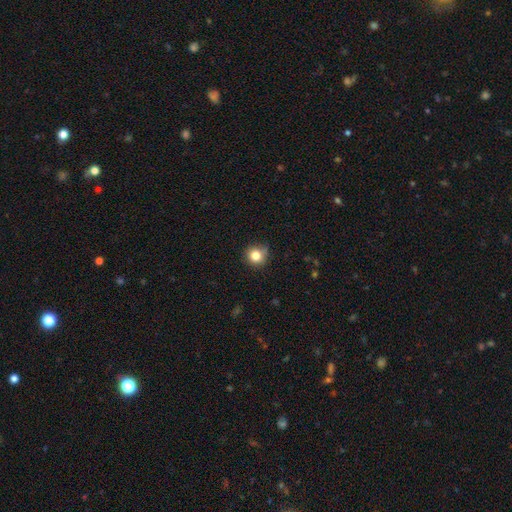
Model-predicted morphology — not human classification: Q: Smooth or featured?
A: smooth (82%); runner-up: star or artifact (12%)
Q: How rounded?
A: round (91%); runner-up: in between (8%)
Q: Merging?
A: none (76%); runner-up: minor disturbance (19%)